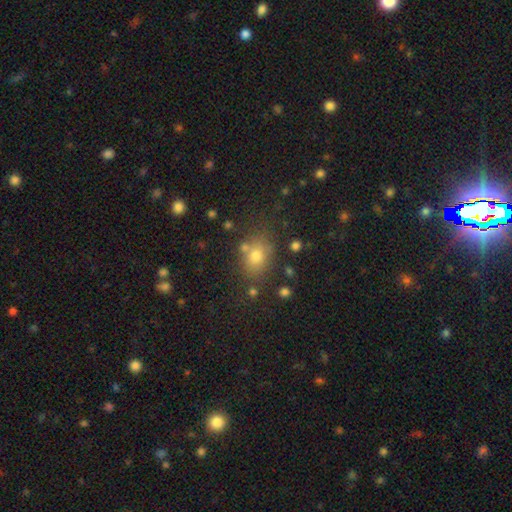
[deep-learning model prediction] Overall: smooth (72%). How rounded: in between (60%; round 38%). Merging: none (74%).